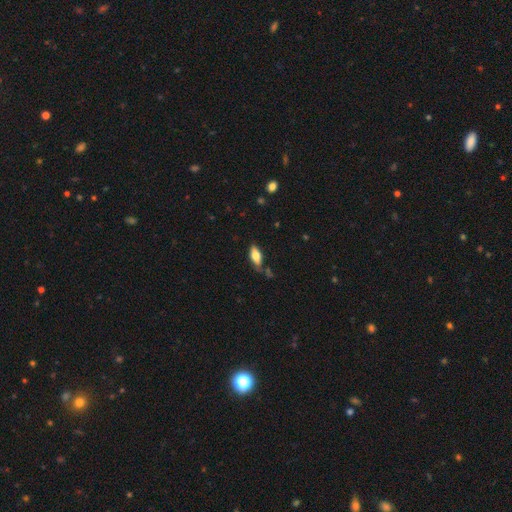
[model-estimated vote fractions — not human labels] The model was most divided on "merging": none: 67%, minor disturbance: 21%, merger: 6%, major disturbance: 5%. More confident: how rounded — in between (81%); smooth or featured — smooth (71%).